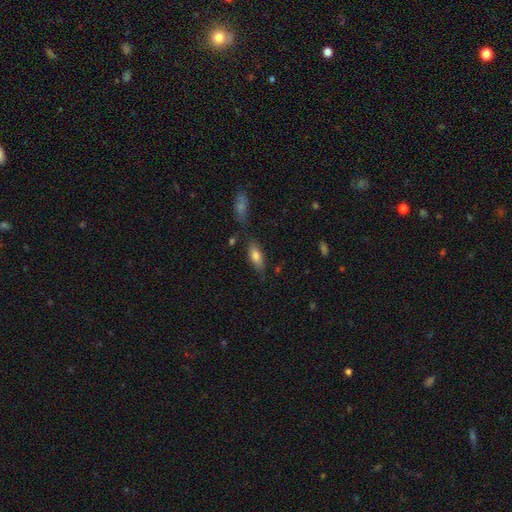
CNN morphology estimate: Q: Smooth or featured?
A: smooth (75%); runner-up: featured or disk (18%)
Q: How rounded?
A: in between (74%); runner-up: cigar-shaped (23%)
Q: Merging?
A: none (68%); runner-up: minor disturbance (18%)